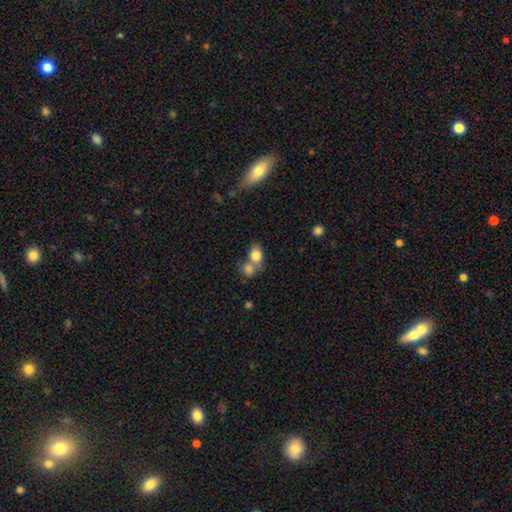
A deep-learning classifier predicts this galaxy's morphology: The model was most divided on "how rounded": in between: 59%, round: 40%, cigar-shaped: 2%. More confident: smooth or featured — smooth (81%); merging — merger (53%).